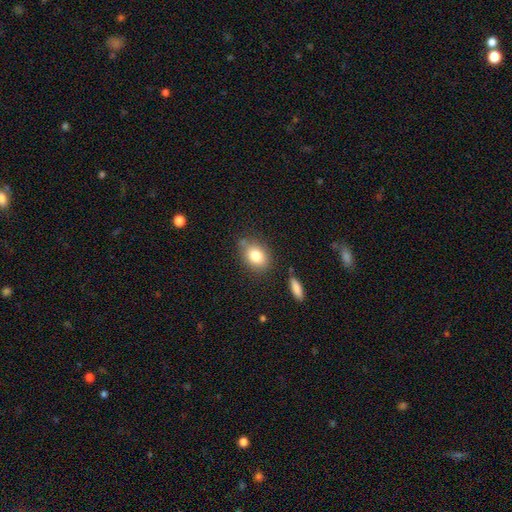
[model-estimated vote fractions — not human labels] Overall: smooth (81%). How rounded: in between (68%; round 31%). Merging: none (73%).